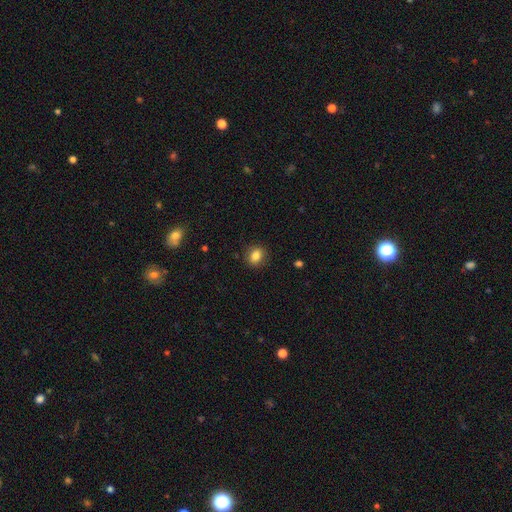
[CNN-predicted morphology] Smooth or featured? smooth (83%)
How rounded? round (57%)
Merging? none (87%)